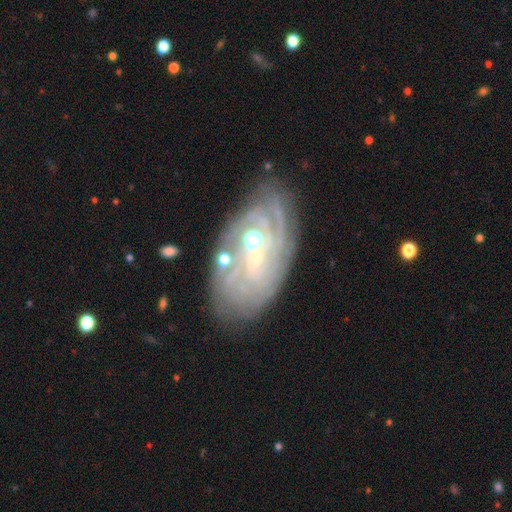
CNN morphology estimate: Q: Smooth or featured?
A: featured or disk (83%); runner-up: smooth (9%)
Q: Edge-on disk?
A: no (95%); runner-up: yes (5%)
Q: Bar?
A: no (57%); runner-up: weak (31%)
Q: Spiral arms?
A: yes (94%); runner-up: no (6%)
Q: Spiral winding?
A: tight (74%); runner-up: medium (20%)
Q: Spiral arm count?
A: can't tell (35%); runner-up: 3 (17%)
Q: Bulge size?
A: moderate (55%); runner-up: small (38%)
Q: Merging?
A: none (71%); runner-up: minor disturbance (17%)